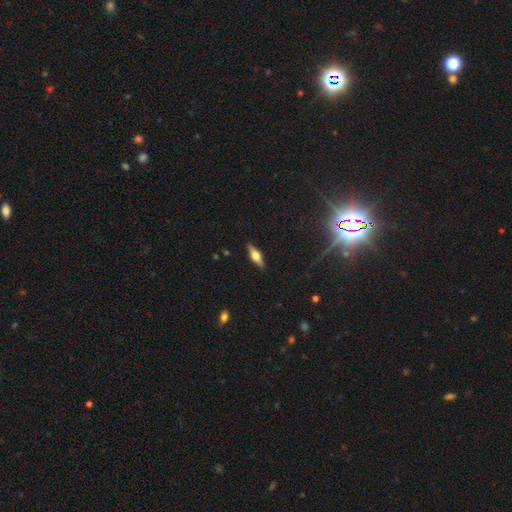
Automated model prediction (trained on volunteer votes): Q: Smooth or featured?
A: featured or disk (61%); runner-up: smooth (32%)
Q: Edge-on disk?
A: yes (94%); runner-up: no (6%)
Q: Edge-on bulge?
A: rounded (94%); runner-up: boxy (5%)
Q: Merging?
A: none (89%); runner-up: minor disturbance (8%)